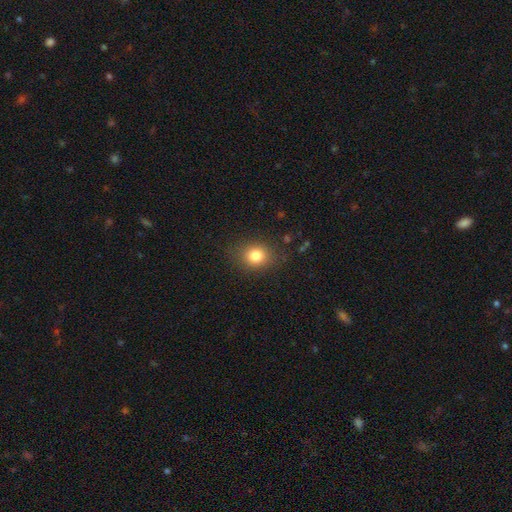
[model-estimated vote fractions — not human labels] Q: Smooth or featured?
A: smooth (81%); runner-up: star or artifact (11%)
Q: How rounded?
A: round (65%); runner-up: in between (34%)
Q: Merging?
A: none (83%); runner-up: minor disturbance (11%)